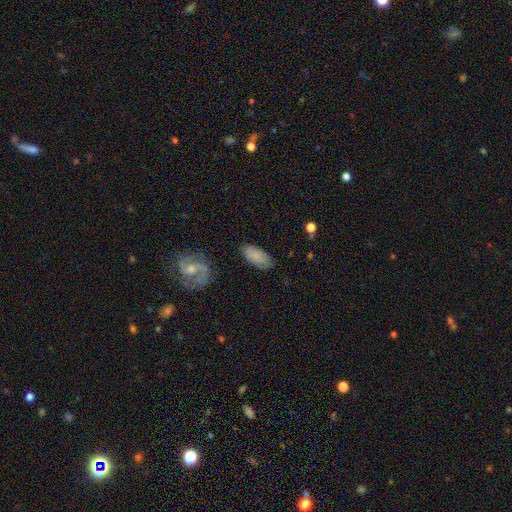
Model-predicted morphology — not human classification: Smooth or featured?
  - smooth: 78% *
  - featured or disk: 15%
  - star or artifact: 7%
How rounded?
  - in between: 91% *
  - cigar-shaped: 6%
  - round: 2%
Merging?
  - none: 82% *
  - minor disturbance: 13%
  - major disturbance: 3%
  - merger: 2%